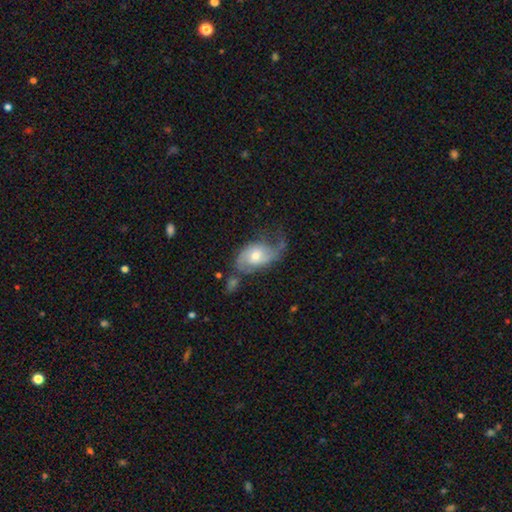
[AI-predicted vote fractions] Smooth or featured?
  - featured or disk: 72% *
  - smooth: 22%
  - star or artifact: 7%
Edge-on disk?
  - no: 96% *
  - yes: 4%
Bar?
  - no: 62% *
  - weak: 32%
  - strong: 6%
Spiral arms?
  - yes: 90% *
  - no: 10%
Spiral winding?
  - loose: 48% *
  - medium: 38%
  - tight: 15%
Spiral arm count?
  - 2: 74% *
  - 1: 13%
  - can't tell: 8%
  - 3: 2%
  - 4: 1%
  - more than 4: 1%
Bulge size?
  - moderate: 62% *
  - small: 30%
  - large: 6%
  - none: 1%
  - dominant: 1%
Merging?
  - none: 43% *
  - minor disturbance: 26%
  - major disturbance: 23%
  - merger: 7%